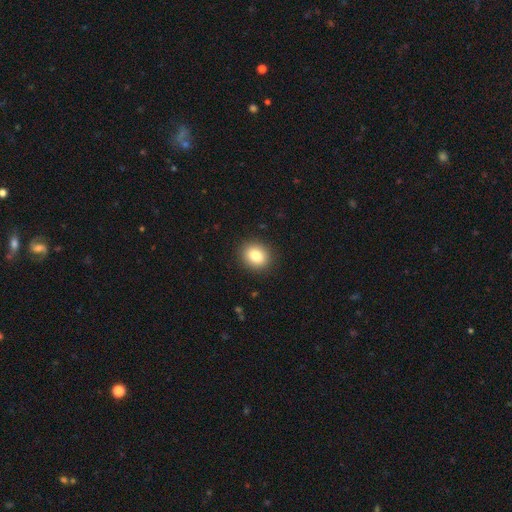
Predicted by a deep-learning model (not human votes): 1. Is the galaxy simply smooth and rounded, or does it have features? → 84% smooth, 9% star or artifact, 7% featured or disk.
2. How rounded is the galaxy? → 52% round, 47% in between, 1% cigar-shaped.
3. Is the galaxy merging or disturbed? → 89% none, 7% minor disturbance, 2% major disturbance, 1% merger.